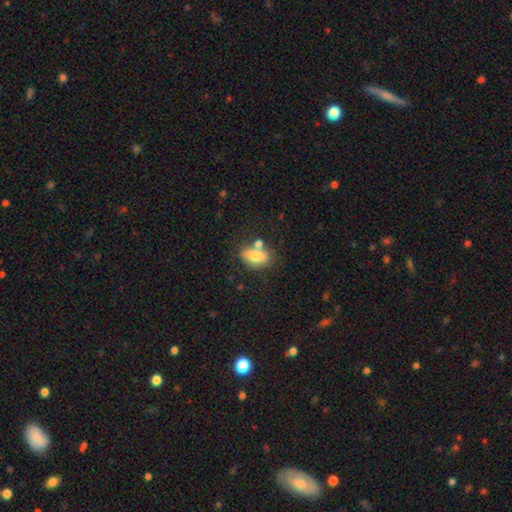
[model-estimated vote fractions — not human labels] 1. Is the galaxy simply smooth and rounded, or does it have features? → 76% smooth, 16% featured or disk, 9% star or artifact.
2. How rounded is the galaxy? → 83% in between, 13% round, 4% cigar-shaped.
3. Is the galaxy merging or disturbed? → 59% none, 19% merger, 16% minor disturbance, 5% major disturbance.